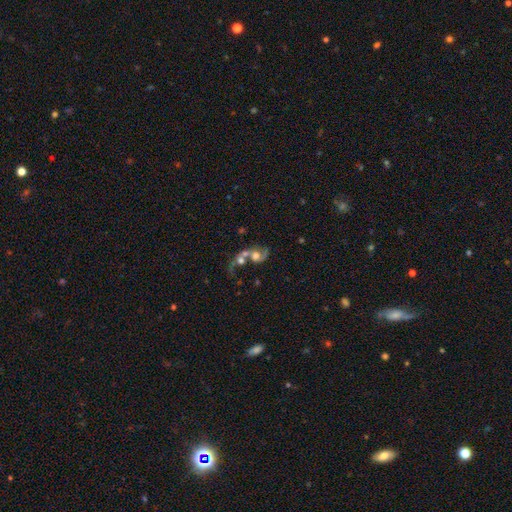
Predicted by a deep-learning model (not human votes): This is possibly a featured or disk galaxy (55%). It is clearly not viewed edge-on (97%). Bar: likely no (80%). Spiral arm pattern: likely yes (66%). Central bulge: marginally large (38%). Merging: likely merger (67%).